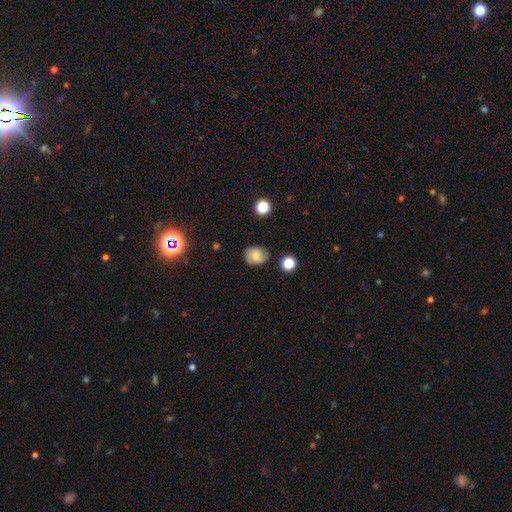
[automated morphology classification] A smooth galaxy with no disk features (66%) that is round (50%). Merging: none (75%).